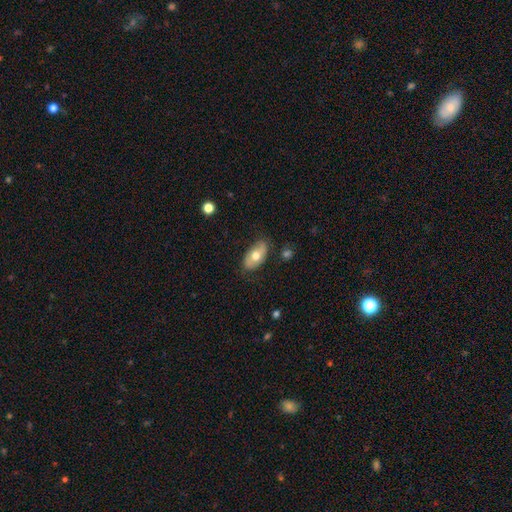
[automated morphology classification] Q: Smooth or featured?
A: smooth (62%); runner-up: featured or disk (31%)
Q: How rounded?
A: in between (93%); runner-up: round (4%)
Q: Merging?
A: none (76%); runner-up: minor disturbance (19%)